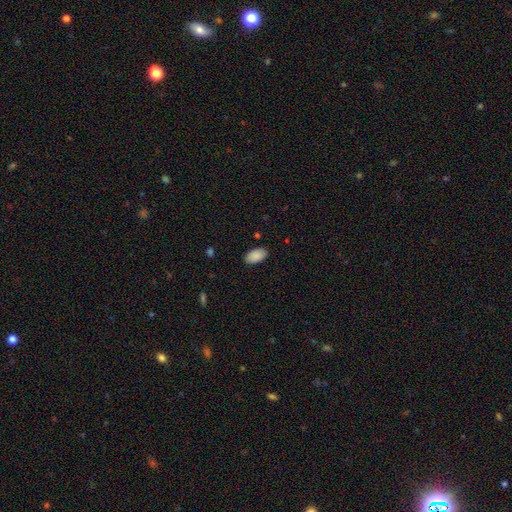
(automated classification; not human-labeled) smooth 90%, star or artifact 7%, featured or disk 4%. Down the decision tree: how rounded — in between (95%); merging — none (87%).